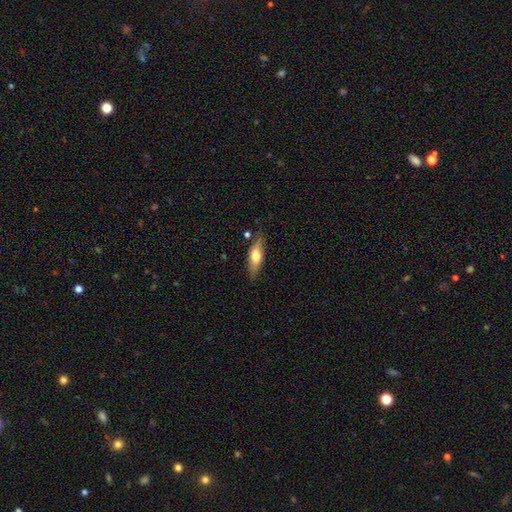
A smooth galaxy with no disk features (69%) that is in between round and cigar-shaped (52%). Merging: none (86%).